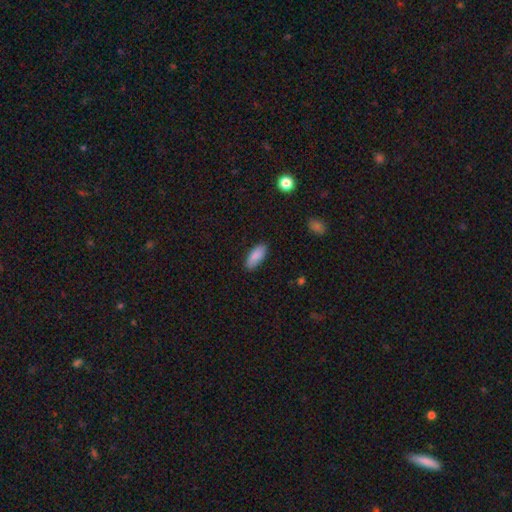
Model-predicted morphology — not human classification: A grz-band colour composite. It shows a smooth galaxy with no disk features (88%) that is in between round and cigar-shaped (82%). Merging: none (86%).